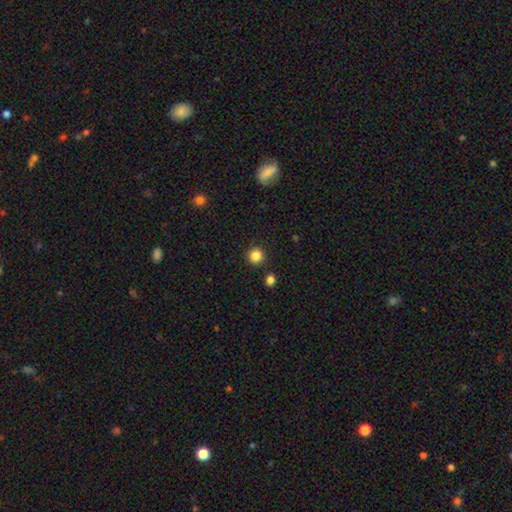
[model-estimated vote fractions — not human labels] Q: Smooth or featured?
A: smooth (85%); runner-up: star or artifact (11%)
Q: How rounded?
A: round (93%); runner-up: in between (6%)
Q: Merging?
A: none (89%); runner-up: minor disturbance (6%)